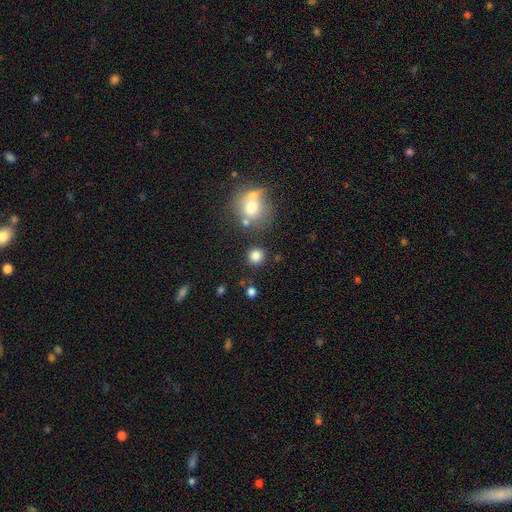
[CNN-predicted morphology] Smooth or featured: smooth — 82% (star or artifact — 13%)
How rounded: round — 90% (in between — 9%)
Merging: none — 82% (minor disturbance — 8%)